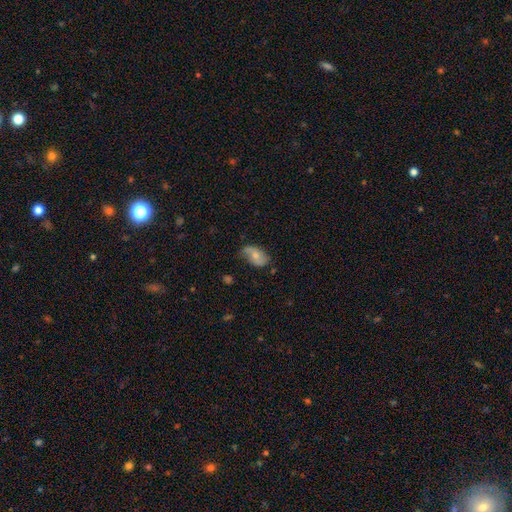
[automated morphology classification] This appears to be a smooth galaxy with no disk features (53%) that is in between round and cigar-shaped (91%). Merging: none (59%).